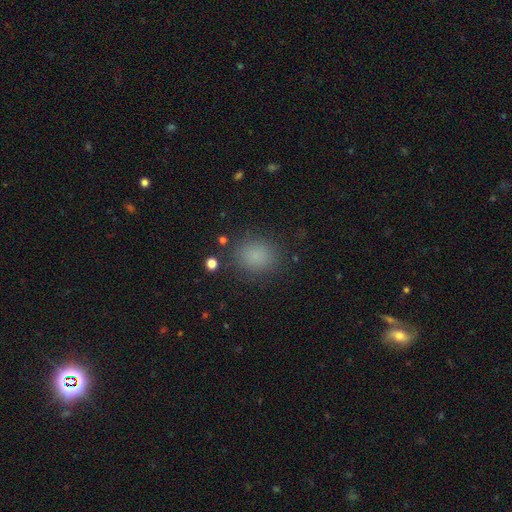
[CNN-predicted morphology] A smooth galaxy with no disk features (82%) that is round (69%).

Vote fractions:
- Smooth or featured? smooth: 82% / star or artifact: 14% / featured or disk: 5%
- How rounded? round: 69% / in between: 30% / cigar-shaped: 1%
- Merging? none: 85% / minor disturbance: 9% / major disturbance: 4% / merger: 2%